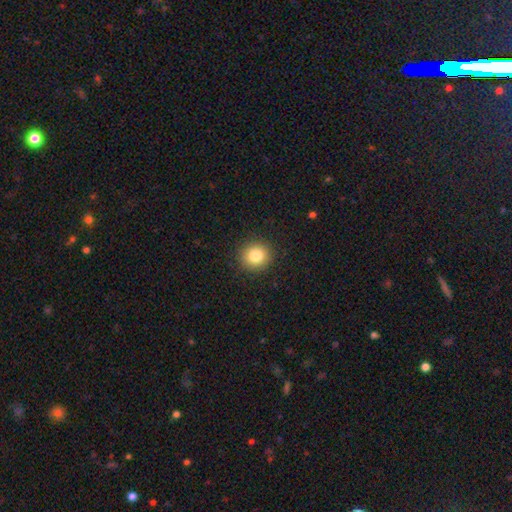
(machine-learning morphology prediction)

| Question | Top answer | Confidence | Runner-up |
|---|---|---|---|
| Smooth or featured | smooth | 83% | star or artifact (11%) |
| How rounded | round | 86% | in between (13%) |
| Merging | none | 91% | minor disturbance (6%) |